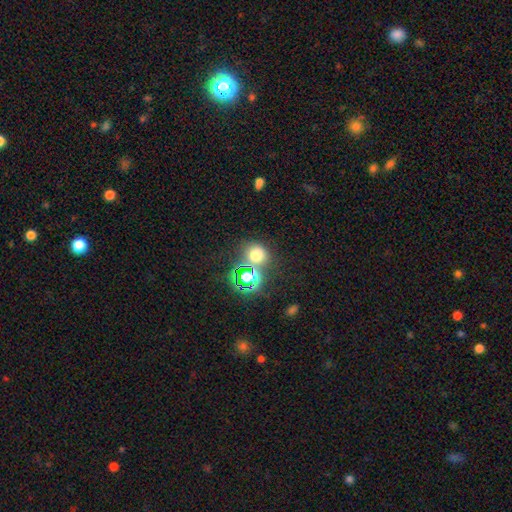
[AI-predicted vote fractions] The model was most divided on "smooth or featured": smooth: 61%, star or artifact: 32%, featured or disk: 7%. More confident: how rounded — round (73%); merging — none (67%).